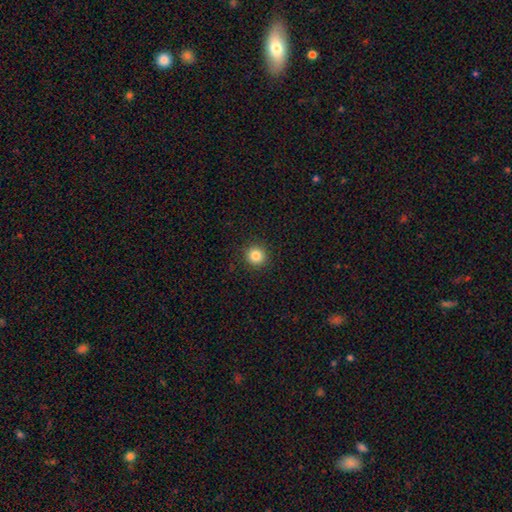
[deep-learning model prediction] Smooth or featured? smooth (84%)
How rounded? round (94%)
Merging? none (92%)